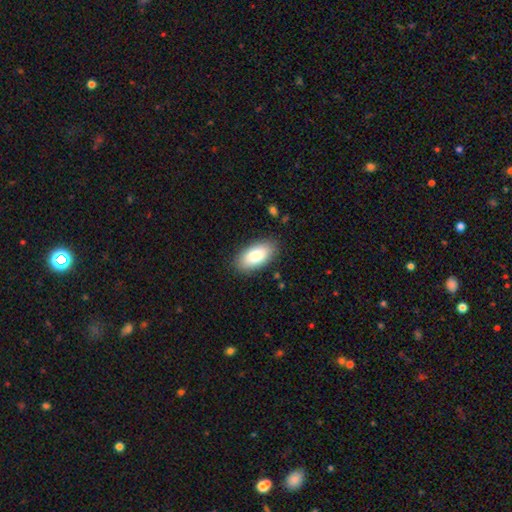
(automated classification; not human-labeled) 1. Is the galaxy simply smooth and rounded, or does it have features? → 82% smooth, 12% featured or disk, 6% star or artifact.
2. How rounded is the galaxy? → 93% in between, 5% cigar-shaped, 3% round.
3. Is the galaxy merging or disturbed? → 87% none, 10% minor disturbance, 3% major disturbance, 1% merger.